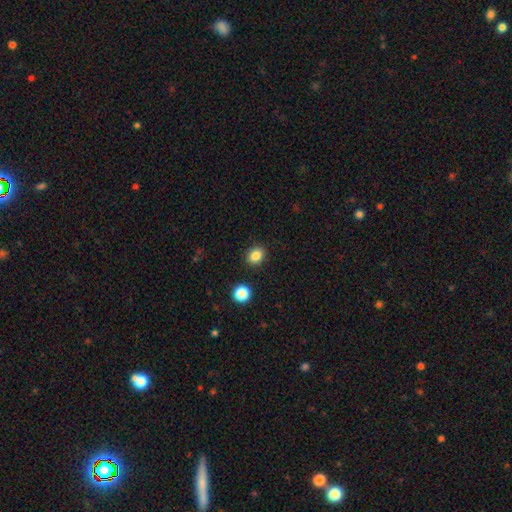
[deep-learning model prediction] Smooth or featured?
  - smooth: 84% *
  - star or artifact: 11%
  - featured or disk: 5%
How rounded?
  - round: 58% *
  - in between: 41%
  - cigar-shaped: 1%
Merging?
  - none: 89% *
  - minor disturbance: 7%
  - major disturbance: 2%
  - merger: 2%